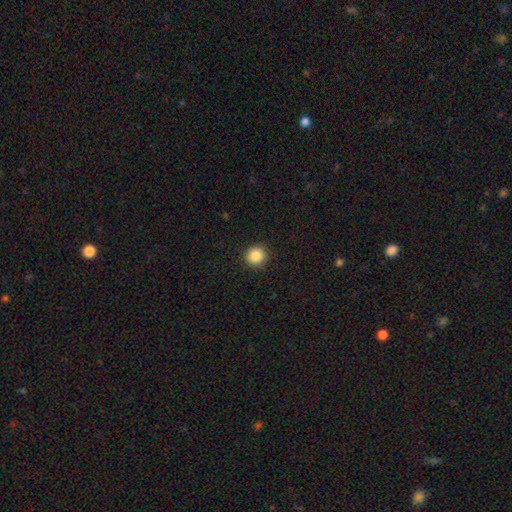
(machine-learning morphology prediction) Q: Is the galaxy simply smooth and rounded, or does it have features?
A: smooth — 87%.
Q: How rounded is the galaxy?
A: round — 94%.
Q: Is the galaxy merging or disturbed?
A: none — 92%.